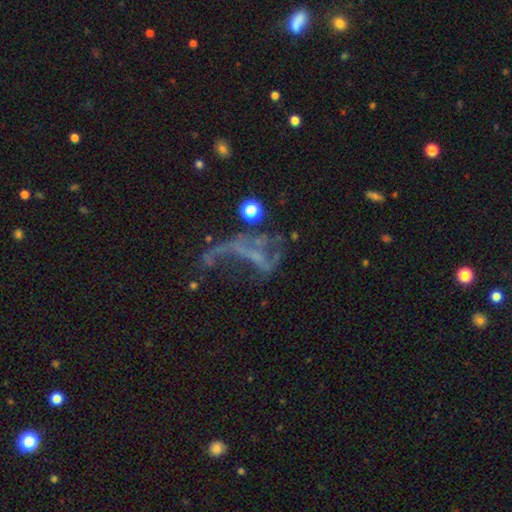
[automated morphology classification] smooth-or-featured: featured or disk: 63% | star or artifact: 21% | smooth: 16%
  disk-edge-on: no: 93% | yes: 7%
    bar: no: 61% | weak: 22% | strong: 17%
    has-spiral-arms: no: 61% | yes: 39%
    bulge-size: none: 65% | small: 26% | moderate: 6% | large: 2% | dominant: 1%
  merging: major disturbance: 49% | none: 26% | minor disturbance: 13% | merger: 12%